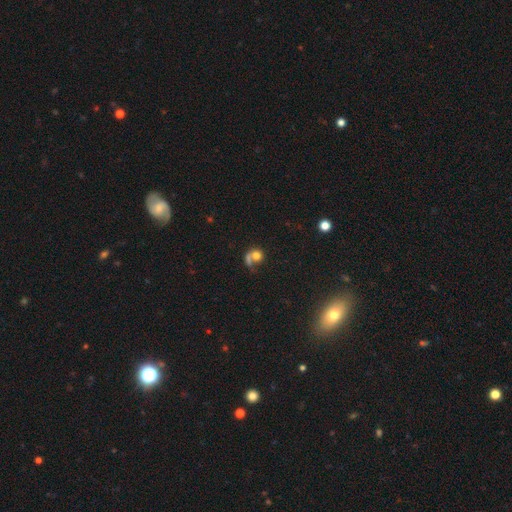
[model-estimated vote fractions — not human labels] Smooth or featured: smooth — 64% (featured or disk — 24%)
How rounded: round — 77% (in between — 22%)
Merging: merger — 37% (none — 32%)